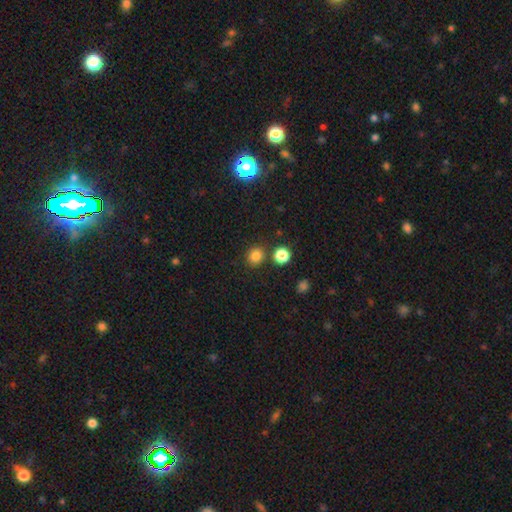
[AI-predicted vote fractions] smooth 81%, star or artifact 14%, featured or disk 4%. Down the decision tree: how rounded — round (83%); merging — none (82%).